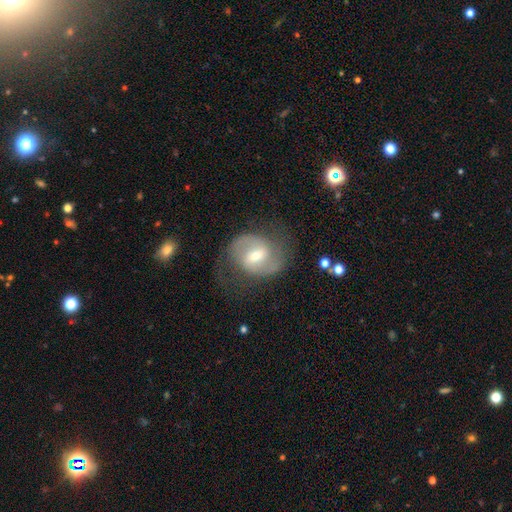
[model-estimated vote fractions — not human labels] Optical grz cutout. It shows a featured or disk galaxy (82%) with a weak bar (56%), 2 (89%) medium (55%) spiral arms (93%) and a moderate central bulge (55%). Merging: none (67%).